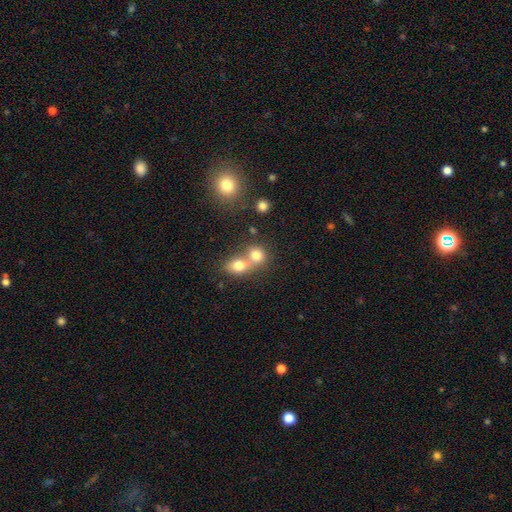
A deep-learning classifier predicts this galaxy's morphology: smooth-or-featured: smooth: 76% | featured or disk: 12% | star or artifact: 12%
  how-rounded: round: 68% | in between: 31% | cigar-shaped: 1%
  merging: merger: 60% | none: 31% | minor disturbance: 6% | major disturbance: 3%